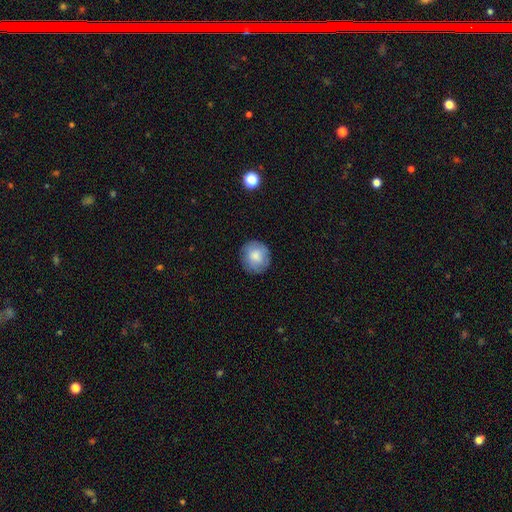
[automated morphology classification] Smooth or featured? Predicted: smooth (p=0.76). How rounded? Predicted: round (p=0.88). Merging? Predicted: none (p=0.83).